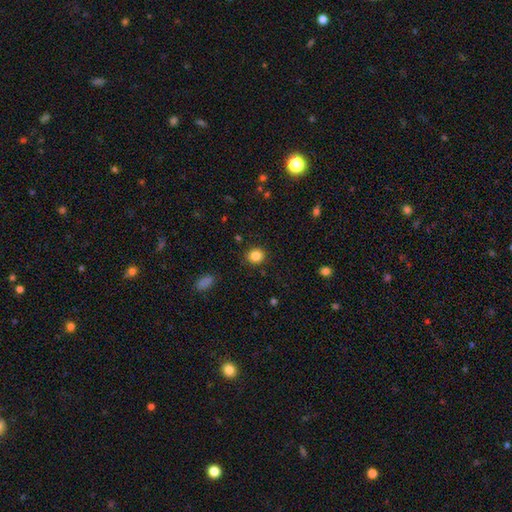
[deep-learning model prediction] smooth_or_featured: smooth (p=0.84) [alt: star or artifact p=0.11]
how_rounded: round (p=0.83) [alt: in between p=0.16]
merging: none (p=0.90) [alt: minor disturbance p=0.07]